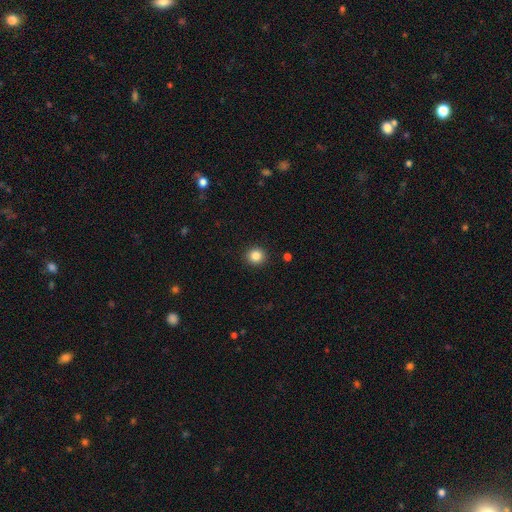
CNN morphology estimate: Q: Smooth or featured?
A: smooth (85%); runner-up: star or artifact (11%)
Q: How rounded?
A: round (91%); runner-up: in between (8%)
Q: Merging?
A: none (92%); runner-up: minor disturbance (5%)